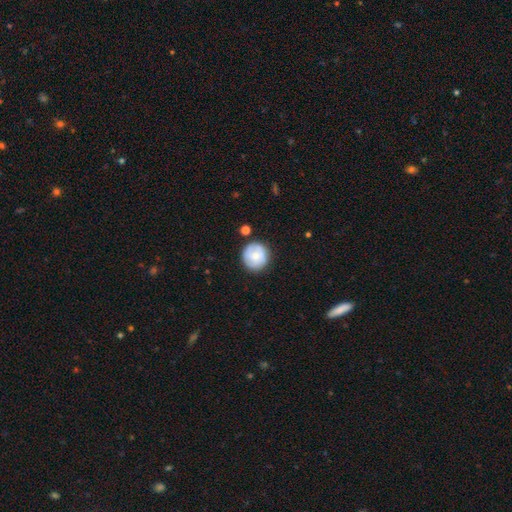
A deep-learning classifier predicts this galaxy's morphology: Q: Smooth or featured?
A: smooth (60%); runner-up: featured or disk (33%)
Q: How rounded?
A: round (92%); runner-up: in between (7%)
Q: Merging?
A: none (80%); runner-up: minor disturbance (13%)